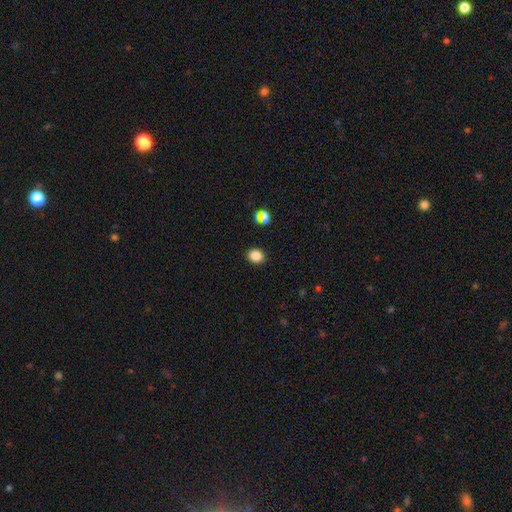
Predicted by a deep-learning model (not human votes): Overall: smooth (84%). How rounded: round (60%; in between 39%). Merging: none (89%).